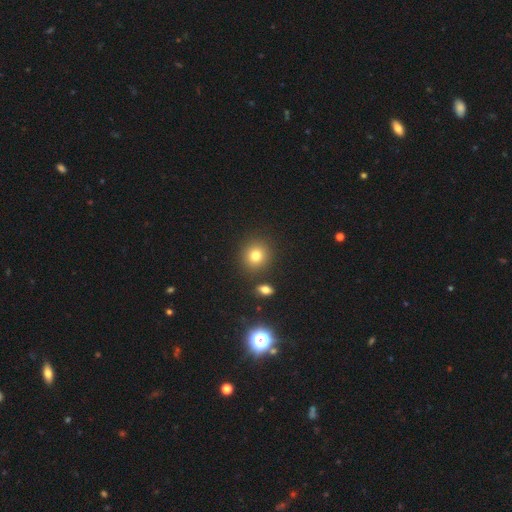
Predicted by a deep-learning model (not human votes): Smooth or featured? Predicted: smooth (p=0.78). How rounded? Predicted: round (p=0.86). Merging? Predicted: none (p=0.85).